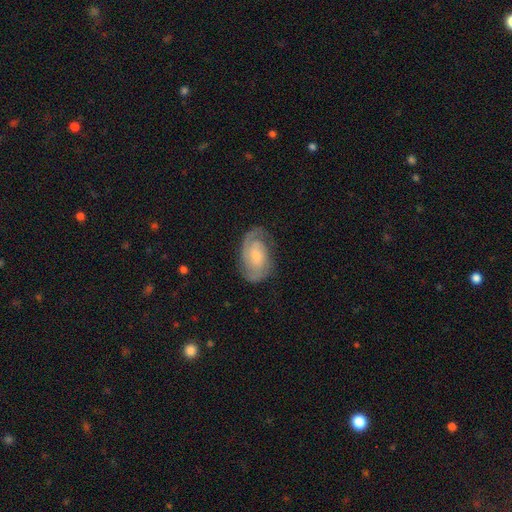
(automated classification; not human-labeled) Overall: featured or disk (74%). Edge-on disk: no (97%). Bar: no (64%; weak 31%). Spiral arms: yes (94%). Spiral arm count: 2 (62%). Spiral winding: tight (52%; medium 37%). Bulge size: small (40%; moderate 32%). Merging: none (71%).